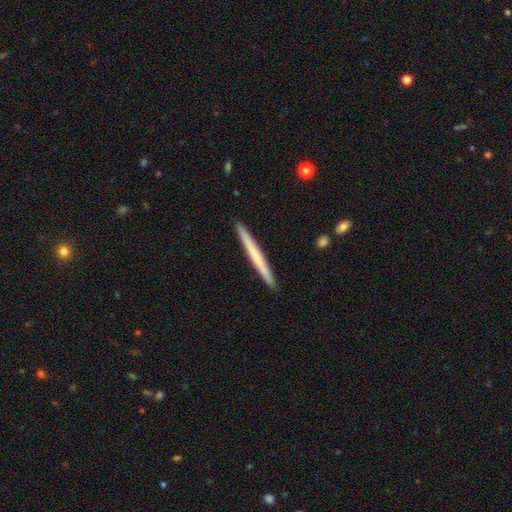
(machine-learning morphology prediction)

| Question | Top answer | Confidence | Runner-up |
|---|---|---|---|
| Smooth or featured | smooth | 56% | featured or disk (39%) |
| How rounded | cigar-shaped | 97% | in between (1%) |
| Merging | none | 93% | minor disturbance (5%) |